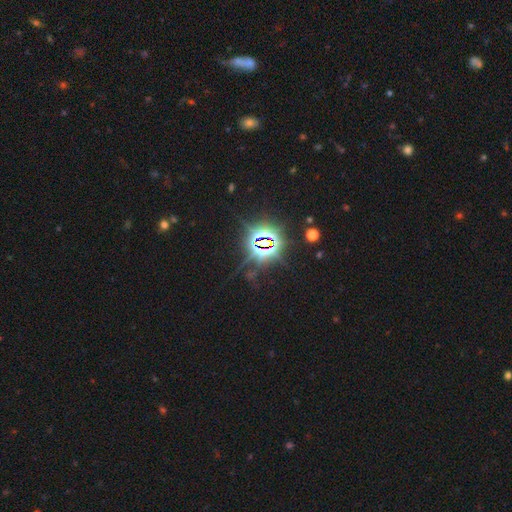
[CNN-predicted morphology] Overall: star or artifact (84%).